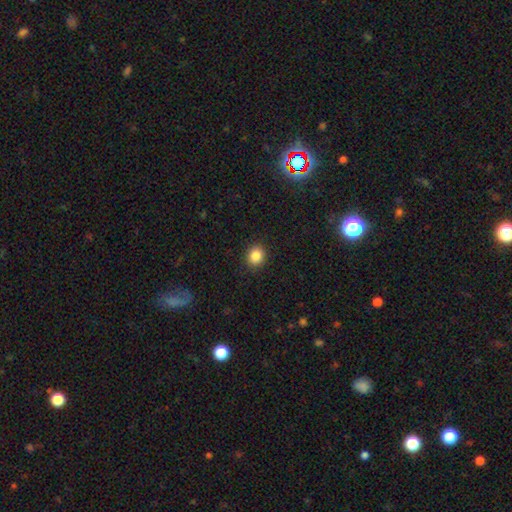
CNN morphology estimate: Smooth or featured: smooth — 85% (star or artifact — 10%)
How rounded: round — 71% (in between — 28%)
Merging: none — 91% (minor disturbance — 6%)